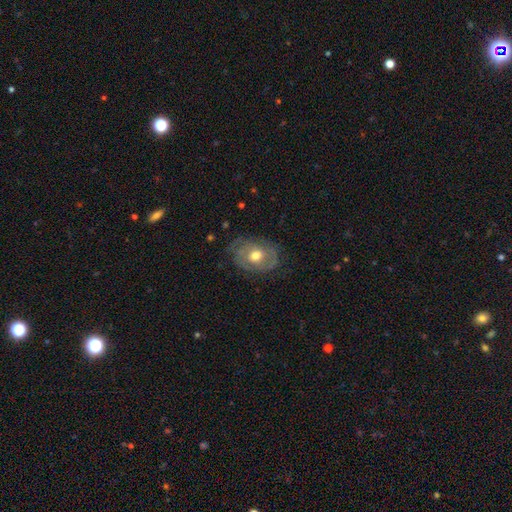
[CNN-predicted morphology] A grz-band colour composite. It shows a featured or disk galaxy (58%) with no bar (78%), spiral arms (61%) and a moderate central bulge (77%). Merging: none (65%).